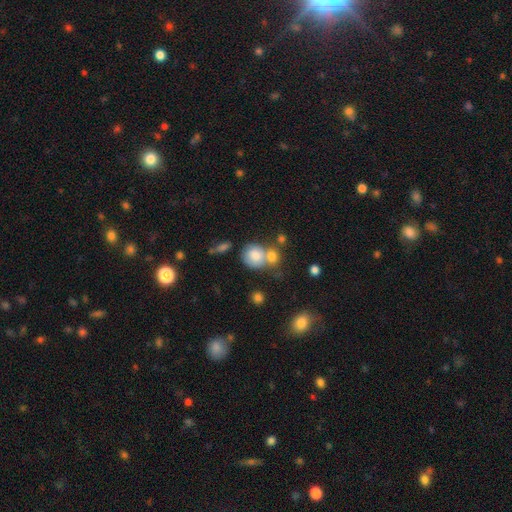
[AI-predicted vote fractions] smooth_or_featured: smooth (p=0.79) [alt: featured or disk p=0.12]
how_rounded: round (p=0.74) [alt: in between p=0.25]
merging: merger (p=0.42) [alt: none p=0.39]